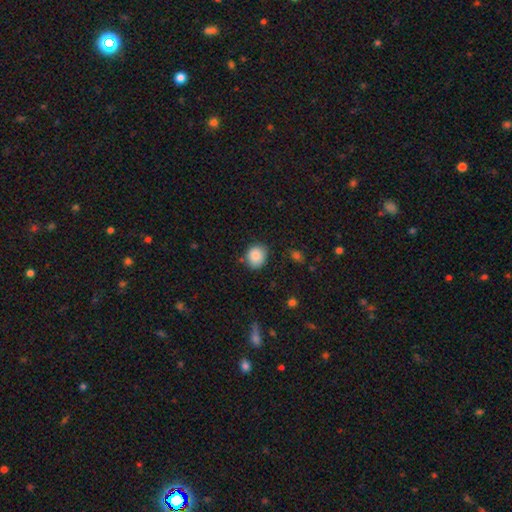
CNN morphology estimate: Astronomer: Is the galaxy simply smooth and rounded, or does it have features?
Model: smooth — 87%.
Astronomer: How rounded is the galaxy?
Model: round — 66%.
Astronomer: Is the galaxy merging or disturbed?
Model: none — 78%.